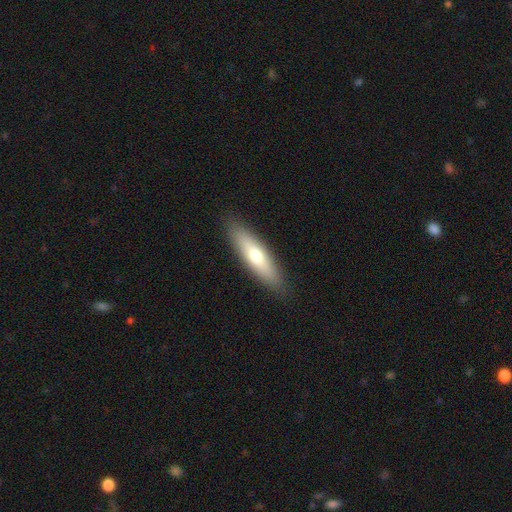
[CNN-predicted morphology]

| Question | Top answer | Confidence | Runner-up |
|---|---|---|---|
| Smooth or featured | smooth | 64% | featured or disk (31%) |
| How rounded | cigar-shaped | 65% | in between (33%) |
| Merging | none | 89% | minor disturbance (8%) |